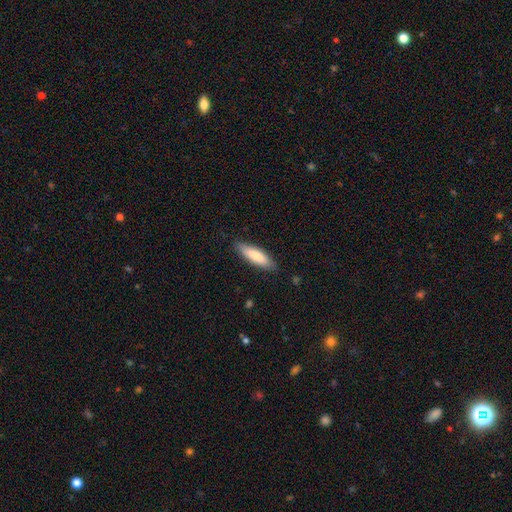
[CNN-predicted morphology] This appears to be a smooth galaxy with no disk features (80%) that is cigar-shaped (57%). Merging: none (85%).